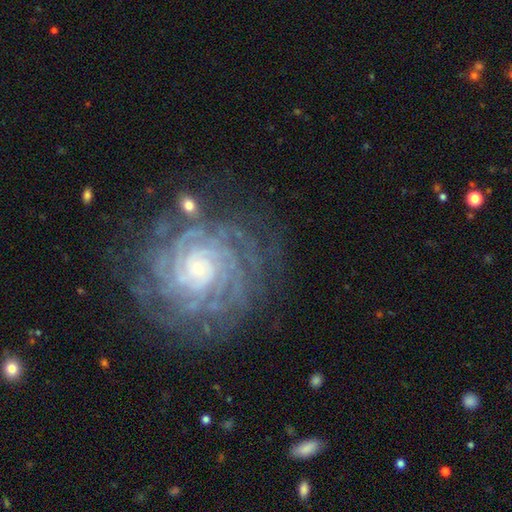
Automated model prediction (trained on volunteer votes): Q: Smooth or featured?
A: featured or disk (84%); runner-up: star or artifact (9%)
Q: Edge-on disk?
A: no (97%); runner-up: yes (3%)
Q: Bar?
A: no (69%); runner-up: weak (23%)
Q: Spiral arms?
A: yes (97%); runner-up: no (3%)
Q: Spiral winding?
A: tight (83%); runner-up: medium (14%)
Q: Spiral arm count?
A: can't tell (30%); runner-up: more than 4 (21%)
Q: Bulge size?
A: small (60%); runner-up: moderate (32%)
Q: Merging?
A: none (81%); runner-up: minor disturbance (12%)